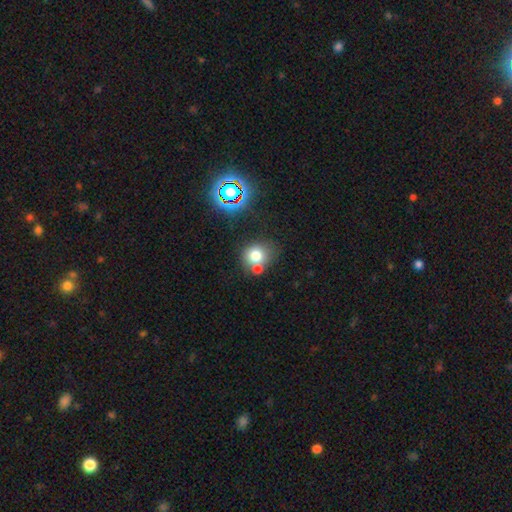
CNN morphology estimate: smooth_or_featured: smooth (p=0.73) [alt: star or artifact p=0.15]
how_rounded: round (p=0.77) [alt: in between p=0.22]
merging: none (p=0.53) [alt: merger p=0.32]